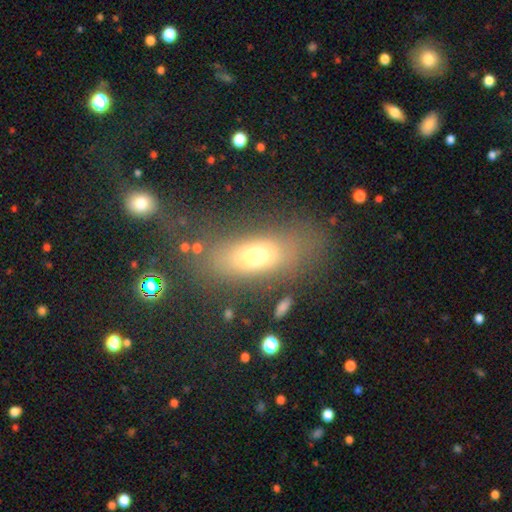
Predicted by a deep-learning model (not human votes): Smooth or featured: smooth — 64% (featured or disk — 20%)
How rounded: in between — 74% (cigar-shaped — 17%)
Merging: none — 65% (minor disturbance — 16%)